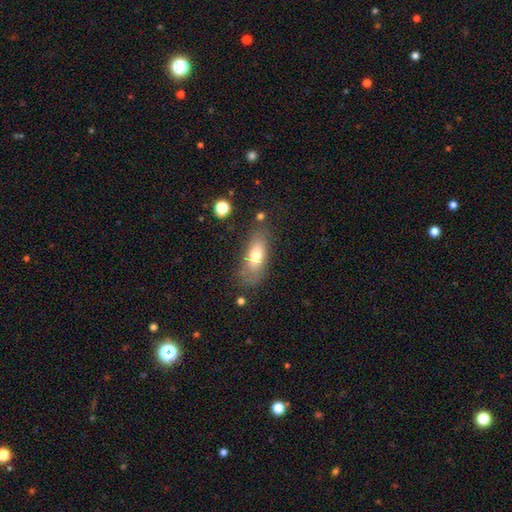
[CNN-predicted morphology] A smooth galaxy with no disk features (70%) that is in between round and cigar-shaped (76%).

Vote fractions:
- Smooth or featured? smooth: 70% / featured or disk: 22% / star or artifact: 8%
- How rounded? in between: 76% / cigar-shaped: 20% / round: 4%
- Merging? none: 68% / minor disturbance: 20% / major disturbance: 8% / merger: 4%